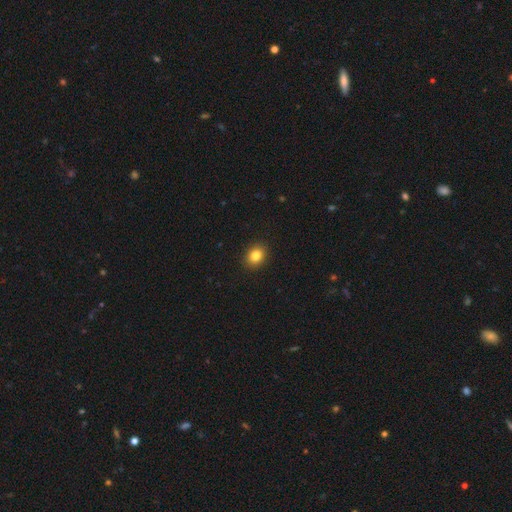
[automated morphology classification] A smooth galaxy with no disk features (84%) that is round (52%).

Vote fractions:
- Smooth or featured? smooth: 84% / star or artifact: 10% / featured or disk: 6%
- How rounded? round: 52% / in between: 47% / cigar-shaped: 1%
- Merging? none: 91% / minor disturbance: 6% / major disturbance: 2% / merger: 1%